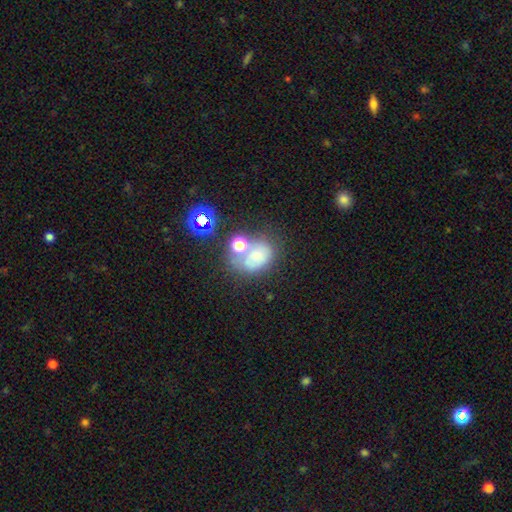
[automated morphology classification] Smooth or featured?
  - smooth: 54% *
  - featured or disk: 24%
  - star or artifact: 22%
How rounded?
  - in between: 56% *
  - round: 43%
  - cigar-shaped: 1%
Merging?
  - none: 38% *
  - merger: 33%
  - minor disturbance: 17%
  - major disturbance: 12%